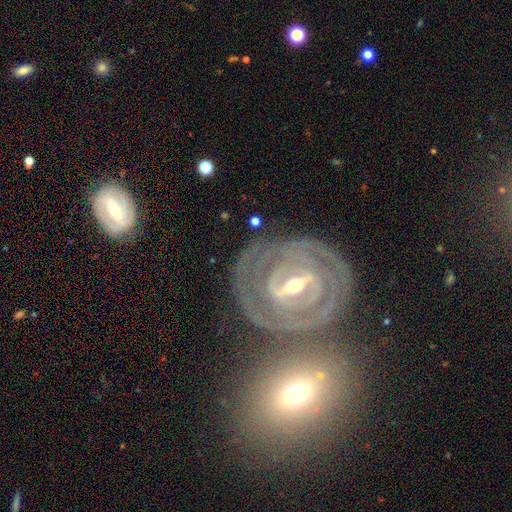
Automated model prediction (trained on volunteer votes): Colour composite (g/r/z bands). It shows a featured or disk galaxy (87%) with a strong bar (62%), 2 (41%) tight (81%) spiral arms (90%) and a moderate central bulge (49%). Merging: none (68%).